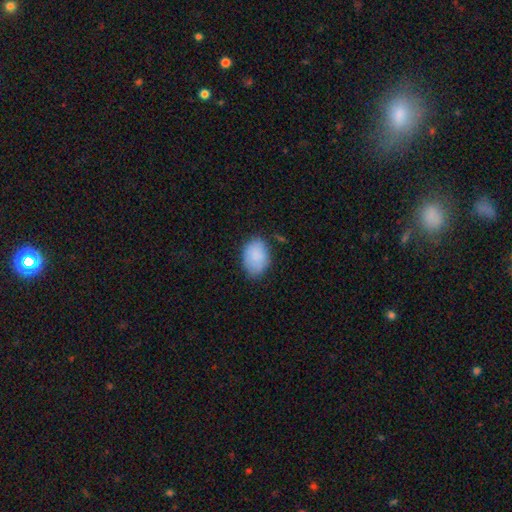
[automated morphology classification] smooth 87%, featured or disk 7%, star or artifact 6%. Down the decision tree: how rounded — in between (80%); merging — none (68%).